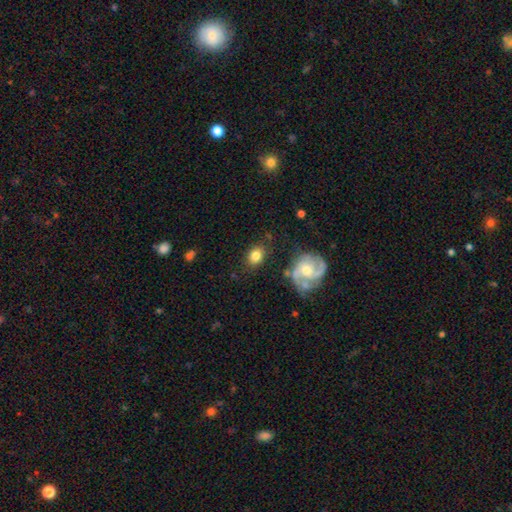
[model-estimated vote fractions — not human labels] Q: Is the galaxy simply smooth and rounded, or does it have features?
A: smooth — 78%.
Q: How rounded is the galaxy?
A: in between — 63%.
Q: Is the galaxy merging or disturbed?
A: none — 78%.